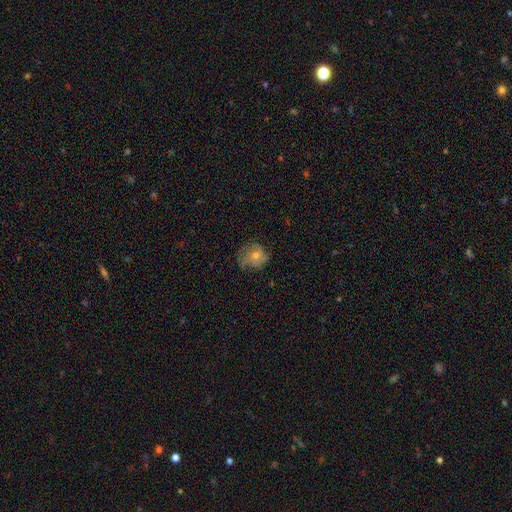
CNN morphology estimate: smooth-or-featured: featured or disk: 46% | smooth: 41% | star or artifact: 13%
  merging: none: 66% | minor disturbance: 22% | major disturbance: 11% | merger: 1%